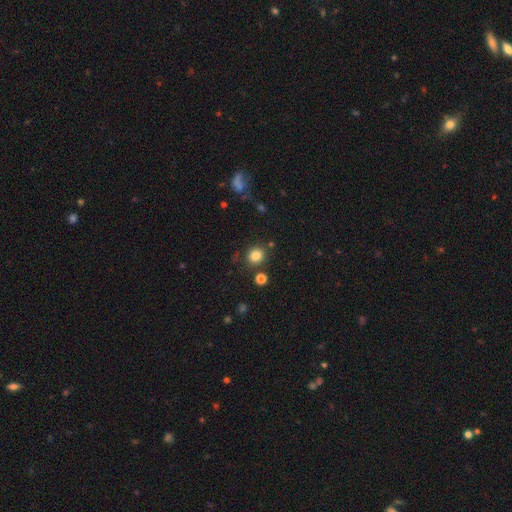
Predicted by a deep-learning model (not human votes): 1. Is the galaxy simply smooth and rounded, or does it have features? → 82% smooth, 12% star or artifact, 6% featured or disk.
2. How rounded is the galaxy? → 80% round, 19% in between, 1% cigar-shaped.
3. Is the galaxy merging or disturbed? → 82% none, 9% minor disturbance, 5% merger, 3% major disturbance.